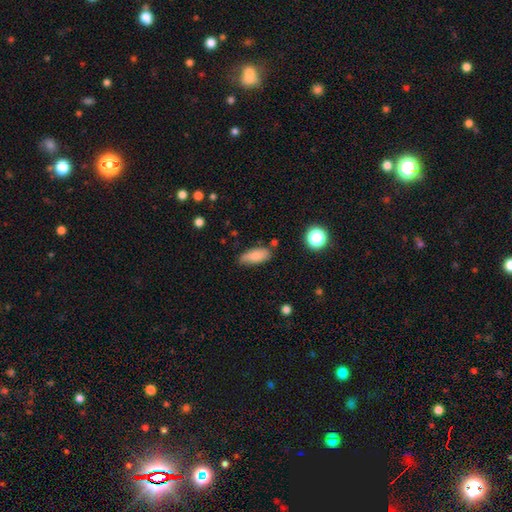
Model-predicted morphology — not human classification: A smooth galaxy with no disk features (83%) that is in between round and cigar-shaped (81%). Merging: none (73%).